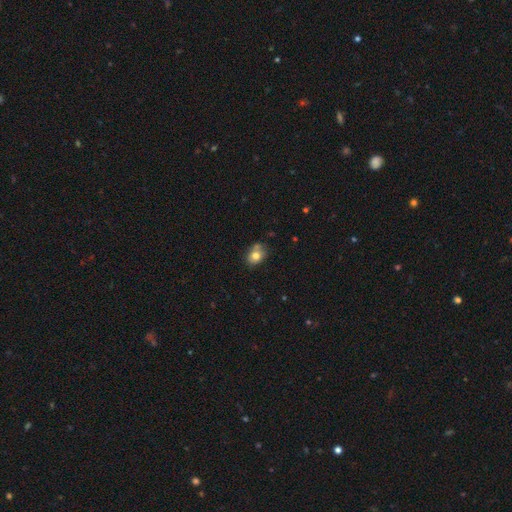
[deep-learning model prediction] smooth_or_featured: smooth (p=0.76) [alt: featured or disk p=0.13]
how_rounded: in between (p=0.56) [alt: round p=0.43]
merging: none (p=0.59) [alt: minor disturbance p=0.22]